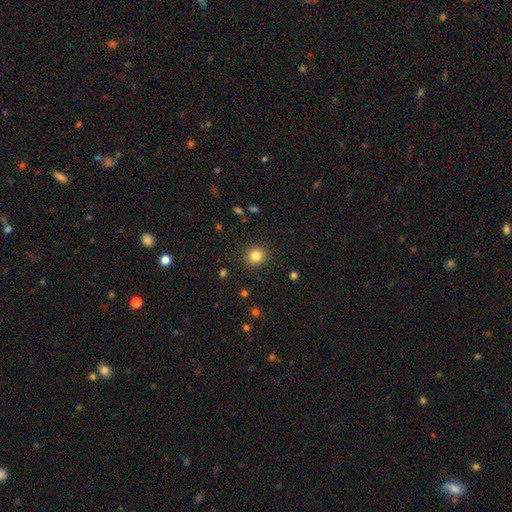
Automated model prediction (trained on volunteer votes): The model was most divided on "smooth or featured": smooth: 83%, star or artifact: 11%, featured or disk: 6%. More confident: merging — none (90%); how rounded — round (87%).